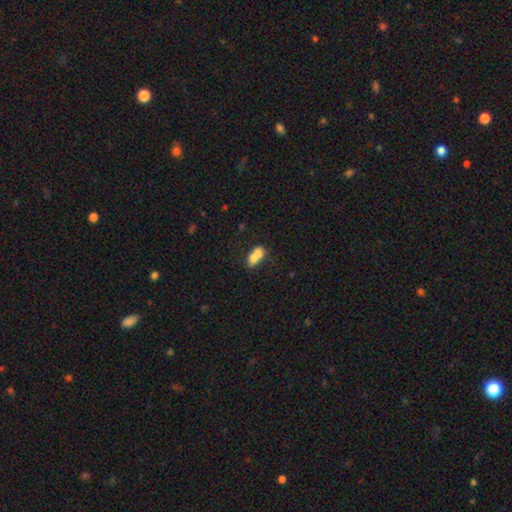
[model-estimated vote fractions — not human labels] smooth-or-featured: smooth: 70% | featured or disk: 20% | star or artifact: 9%
  how-rounded: in between: 62% | round: 35% | cigar-shaped: 3%
  merging: merger: 70% | none: 20% | minor disturbance: 7% | major disturbance: 4%